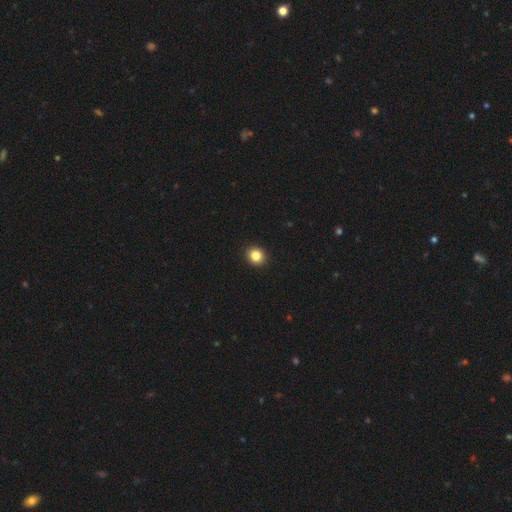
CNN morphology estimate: A smooth galaxy with no disk features (85%) that is round (86%).

Vote fractions:
- Smooth or featured? smooth: 85% / star or artifact: 11% / featured or disk: 5%
- How rounded? round: 86% / in between: 13% / cigar-shaped: 1%
- Merging? none: 93% / minor disturbance: 5% / major disturbance: 1% / merger: 1%